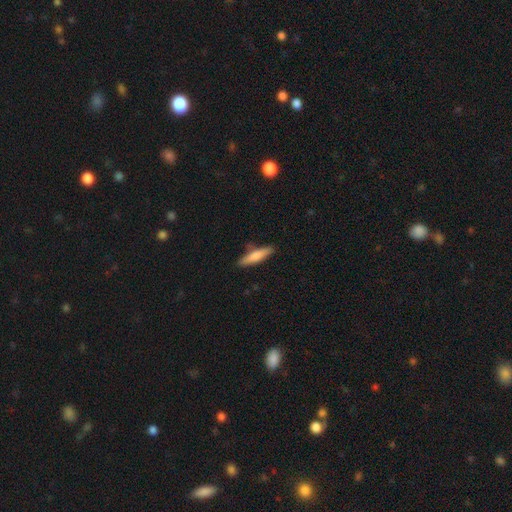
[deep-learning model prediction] Morphology: type=smooth (70%); roundness=cigar-shaped (80%); merging=none (83%).